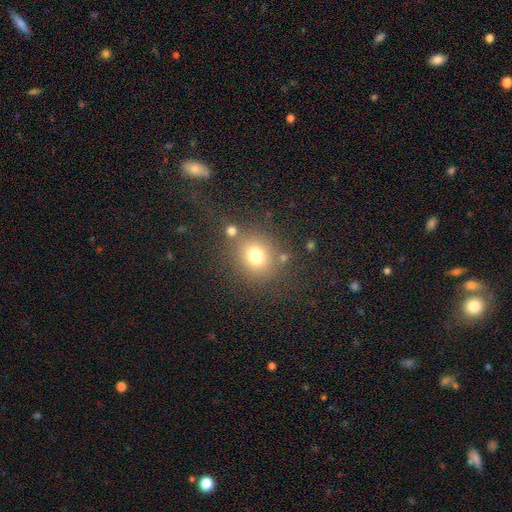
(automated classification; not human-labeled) Smooth or featured? Predicted: smooth (p=0.74). How rounded? Predicted: round (p=0.80). Merging? Predicted: none (p=0.75).